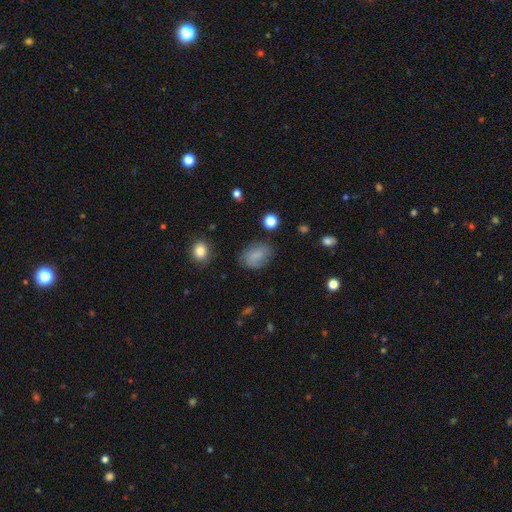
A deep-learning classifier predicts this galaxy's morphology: type=smooth (79%); roundness=in between (80%); merging=none (74%).